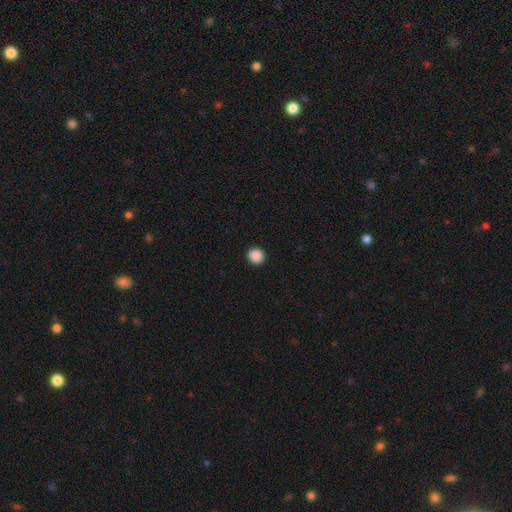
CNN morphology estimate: A smooth galaxy with no disk features (89%) that is round (94%). Merging: none (93%).